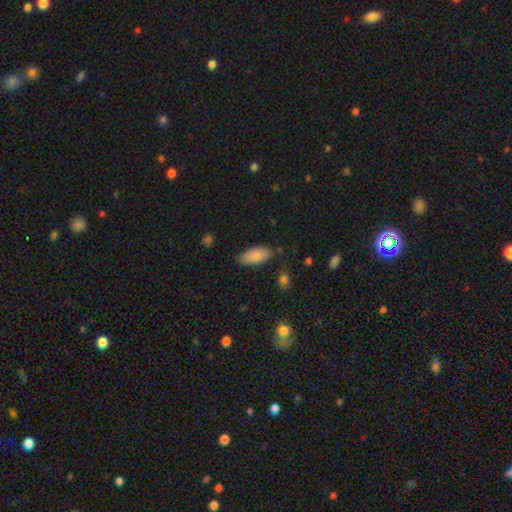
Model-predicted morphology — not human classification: This appears to be a smooth galaxy with no disk features (85%) that is in between round and cigar-shaped (89%). Merging: none (73%).